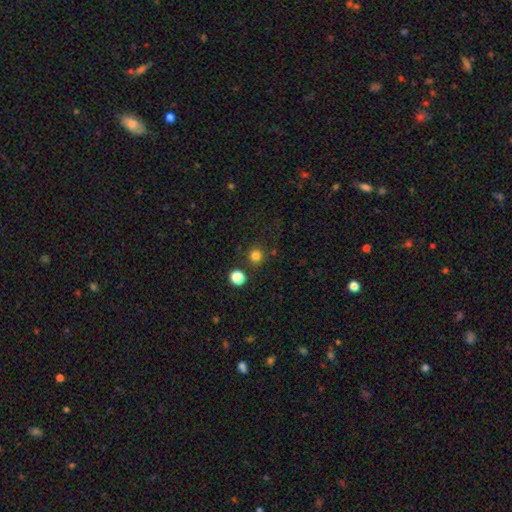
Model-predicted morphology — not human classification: A smooth galaxy with no disk features (80%) that is round (93%). Merging: none (84%).